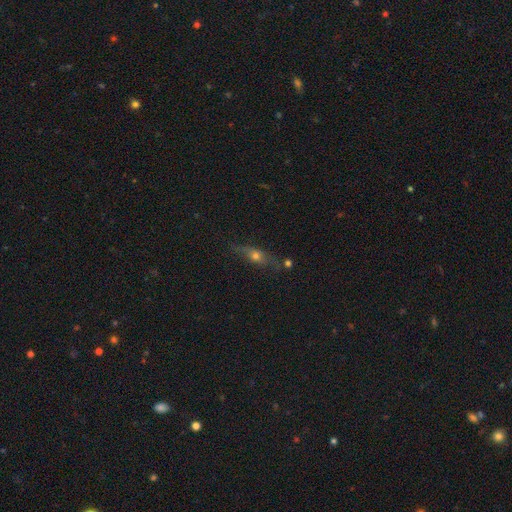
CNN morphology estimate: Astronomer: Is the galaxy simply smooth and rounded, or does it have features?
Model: featured or disk — 51% (runner-up: smooth, 35%).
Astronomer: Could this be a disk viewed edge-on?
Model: yes — 78%.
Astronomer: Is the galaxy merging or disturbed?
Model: none — 71%.